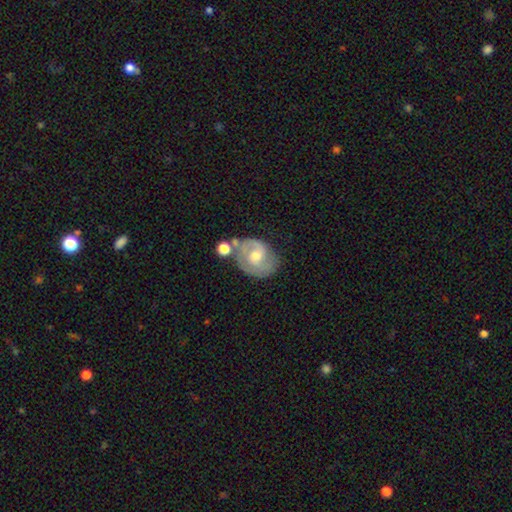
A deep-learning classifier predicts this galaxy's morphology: This is likely a featured or disk galaxy (70%). It is clearly not viewed edge-on (97%). Bar: possibly no (55%). Spiral arm pattern: clearly yes (85%). Spiral arm count: likely 2 (65%). Spiral winding: marginally medium (42%, tied with tight). Central bulge: possibly moderate (59%). Merging: possibly none (50%).